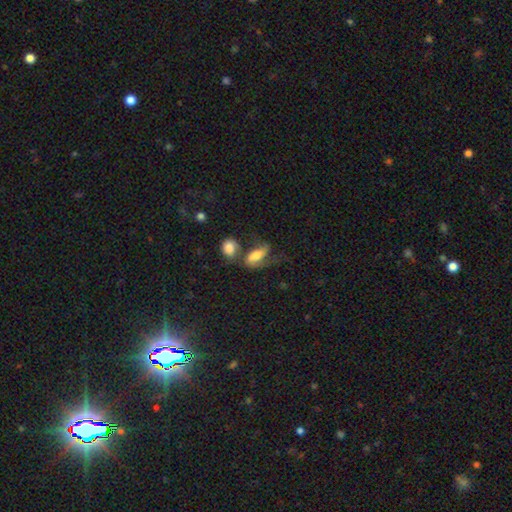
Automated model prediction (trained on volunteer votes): A smooth galaxy with no disk features (58%) that is in between round and cigar-shaped (82%). Merging: merger (35%).